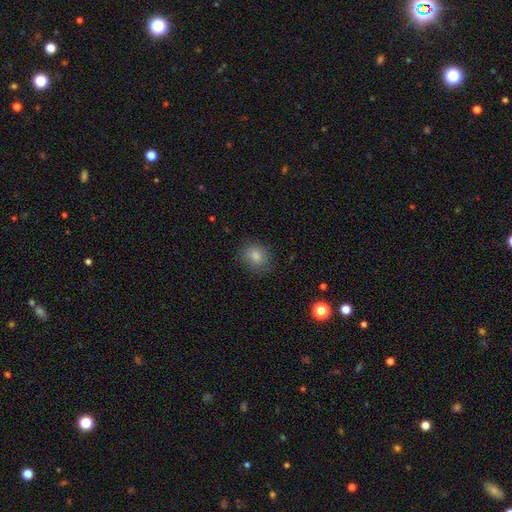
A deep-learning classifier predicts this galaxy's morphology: Overall: smooth (76%). How rounded: round (70%). Merging: none (86%).